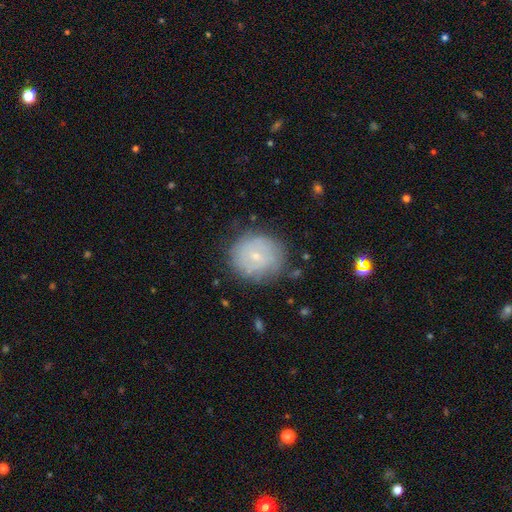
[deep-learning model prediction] smooth 46%, featured or disk 45%, star or artifact 9%. Down the decision tree: merging — none (75%).